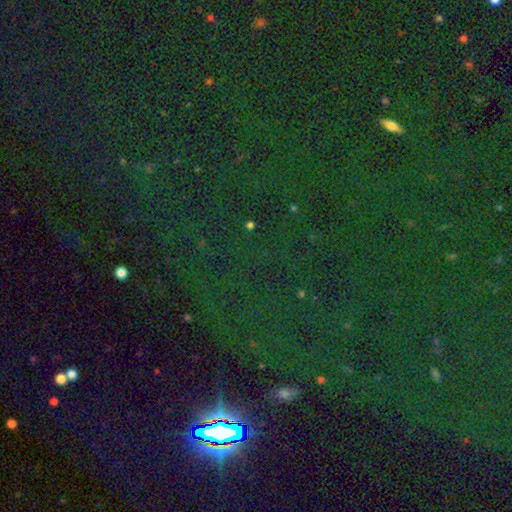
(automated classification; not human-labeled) This is clearly a star or artifact rather than a galaxy (84%).